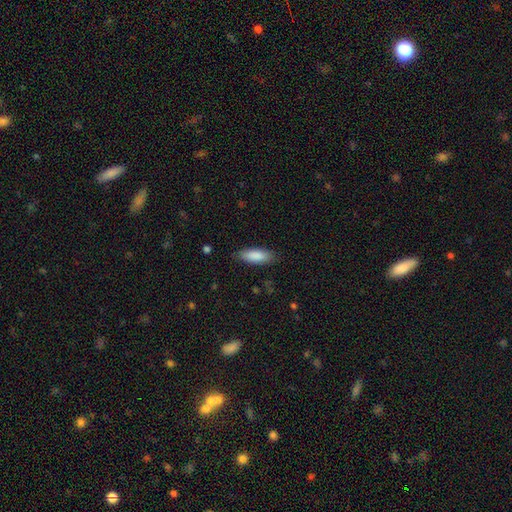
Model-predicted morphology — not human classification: Smooth or featured?
  - smooth: 87% *
  - featured or disk: 7%
  - star or artifact: 6%
How rounded?
  - in between: 65% *
  - cigar-shaped: 34%
  - round: 2%
Merging?
  - none: 85% *
  - minor disturbance: 12%
  - major disturbance: 3%
  - merger: 1%